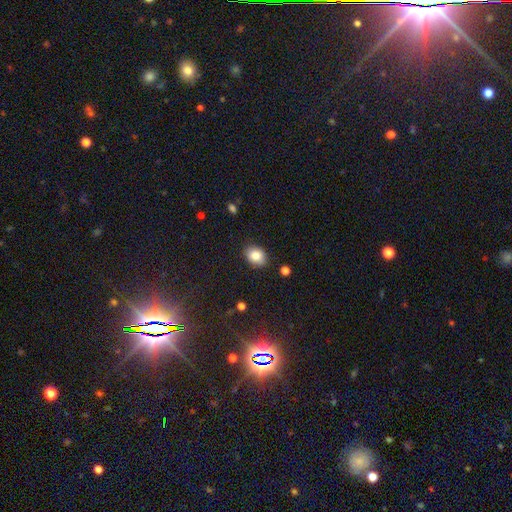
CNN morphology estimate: A smooth galaxy with no disk features (84%) that is in between round and cigar-shaped (62%). Merging: none (85%).